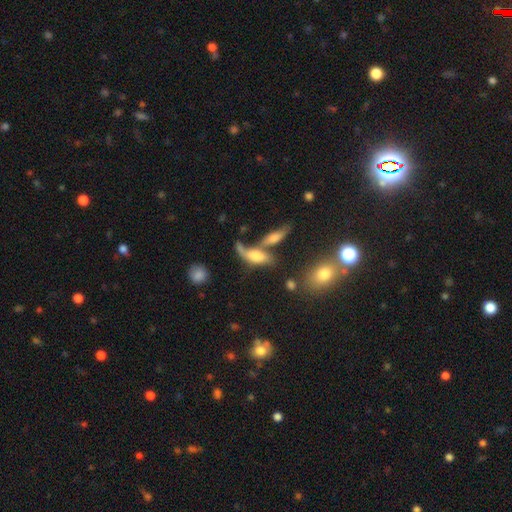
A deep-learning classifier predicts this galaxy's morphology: smooth 50%, featured or disk 39%, star or artifact 11%. Down the decision tree: how rounded — in between (68%); merging — merger (46%).